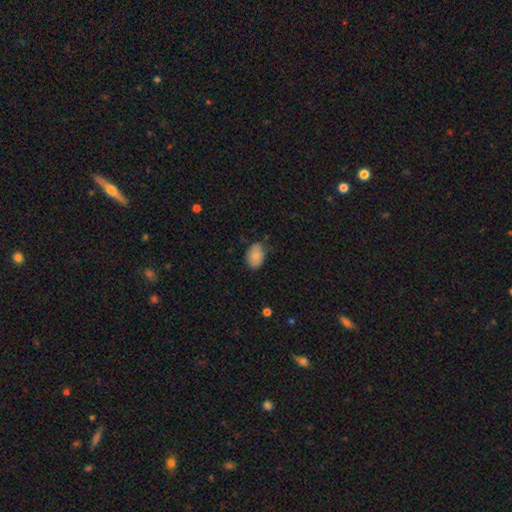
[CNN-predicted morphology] The model was most divided on "merging": none: 76%, minor disturbance: 20%, major disturbance: 3%, merger: 1%. More confident: how rounded — in between (85%); smooth or featured — smooth (83%).